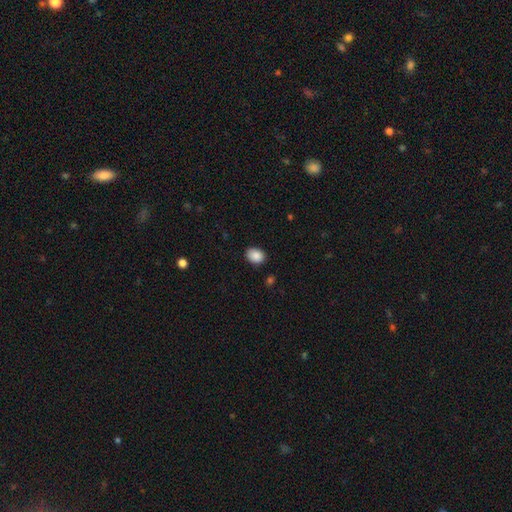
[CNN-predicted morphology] The model was most divided on "how rounded": in between: 68%, round: 31%, cigar-shaped: 1%. More confident: smooth or featured — smooth (89%); merging — none (86%).